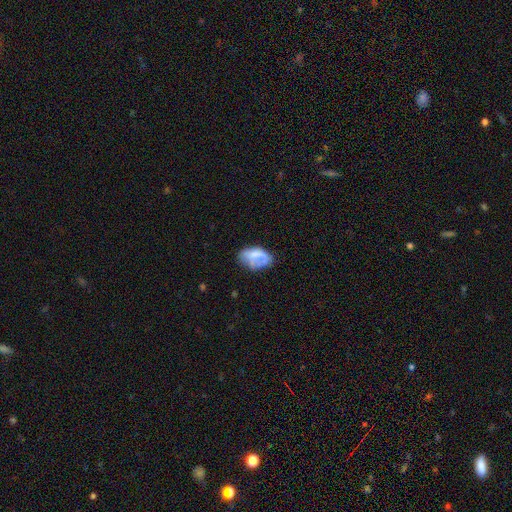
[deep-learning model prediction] Smooth or featured? Predicted: smooth (p=0.56). How rounded? Predicted: in between (p=0.89). Merging? Predicted: none (p=0.39).